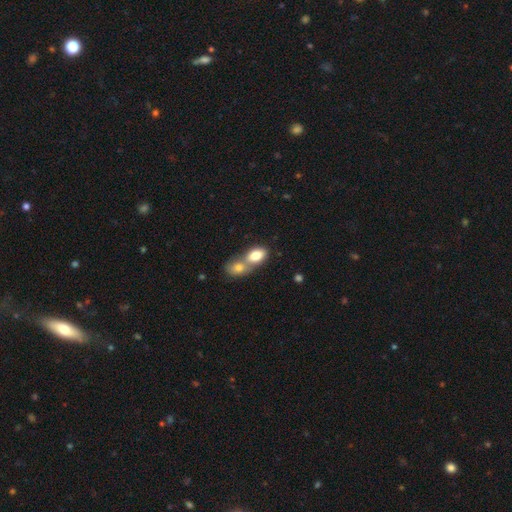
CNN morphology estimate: A smooth galaxy with no disk features (80%) that is in between round and cigar-shaped (85%).

Vote fractions:
- Smooth or featured? smooth: 80% / featured or disk: 13% / star or artifact: 7%
- How rounded? in between: 85% / round: 12% / cigar-shaped: 2%
- Merging? merger: 67% / none: 23% / minor disturbance: 6% / major disturbance: 3%